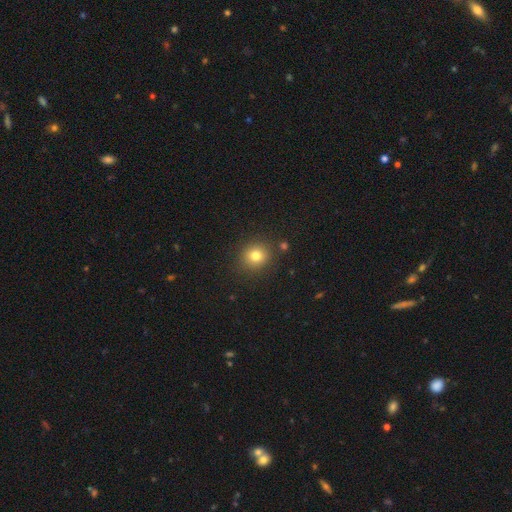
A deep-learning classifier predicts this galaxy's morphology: Smooth or featured?
  - smooth: 78% *
  - star or artifact: 14%
  - featured or disk: 8%
How rounded?
  - round: 86% *
  - in between: 13%
  - cigar-shaped: 1%
Merging?
  - none: 87% *
  - minor disturbance: 8%
  - merger: 3%
  - major disturbance: 3%